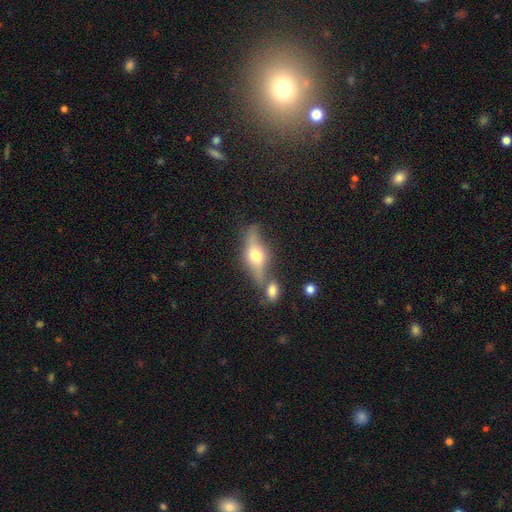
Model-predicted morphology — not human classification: A featured or disk galaxy (59%) viewed edge-on (77%). Merging: none (52%).